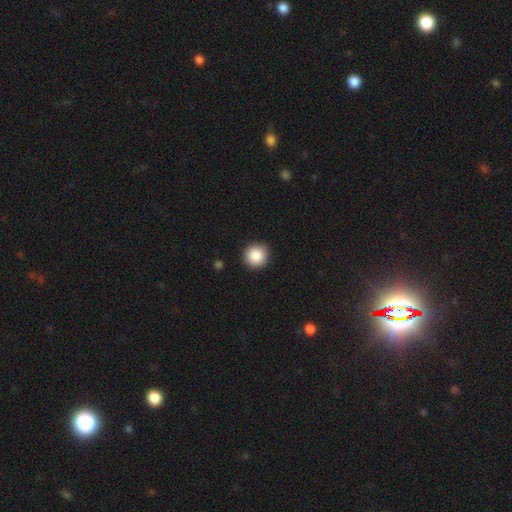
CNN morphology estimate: smooth 87%, star or artifact 9%, featured or disk 5%. Down the decision tree: how rounded — round (94%); merging — none (91%).